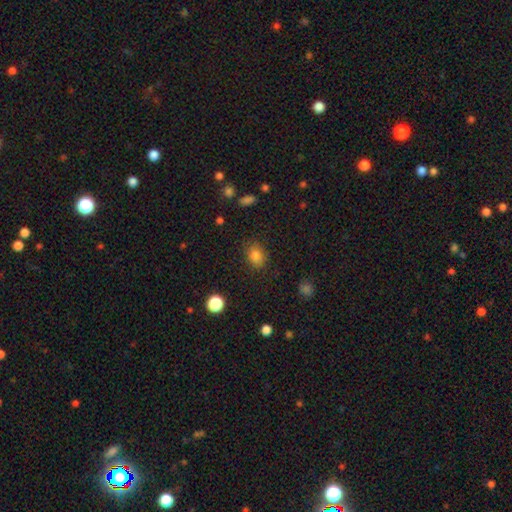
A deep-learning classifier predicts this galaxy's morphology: A smooth galaxy with no disk features (82%) that is in between round and cigar-shaped (64%). Merging: none (82%).